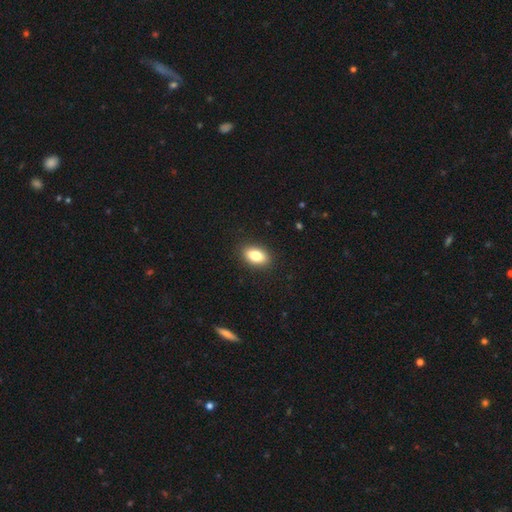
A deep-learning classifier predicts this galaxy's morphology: A smooth galaxy with no disk features (81%) that is in between round and cigar-shaped (88%).

Vote fractions:
- Smooth or featured? smooth: 81% / featured or disk: 11% / star or artifact: 8%
- How rounded? in between: 88% / round: 9% / cigar-shaped: 3%
- Merging? none: 90% / minor disturbance: 7% / major disturbance: 2% / merger: 1%